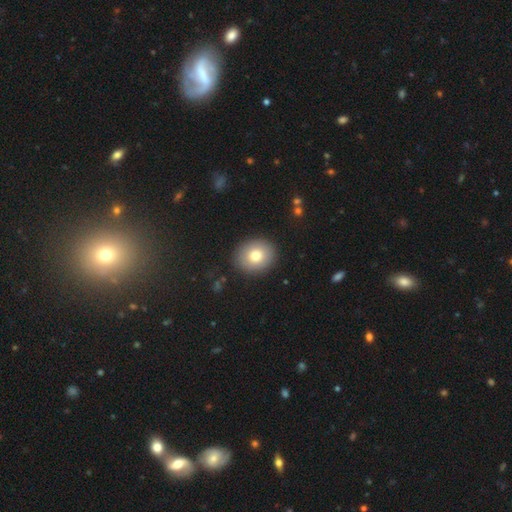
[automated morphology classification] smooth 77%, featured or disk 15%, star or artifact 8%. Down the decision tree: how rounded — round (63%); merging — none (89%).